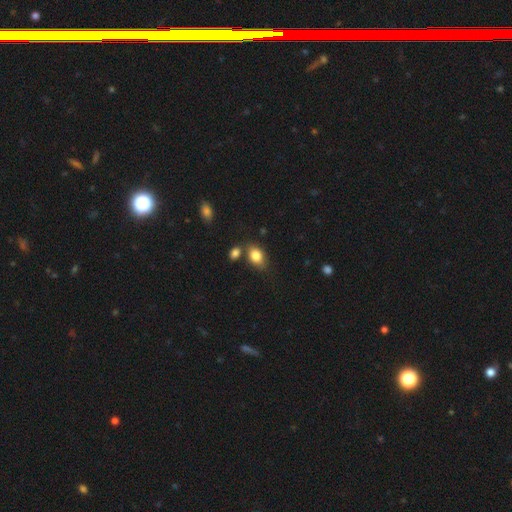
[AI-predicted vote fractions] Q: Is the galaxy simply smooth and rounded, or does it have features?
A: smooth — 83%.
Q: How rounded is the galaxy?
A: in between — 79%.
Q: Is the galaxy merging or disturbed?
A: none — 67%.